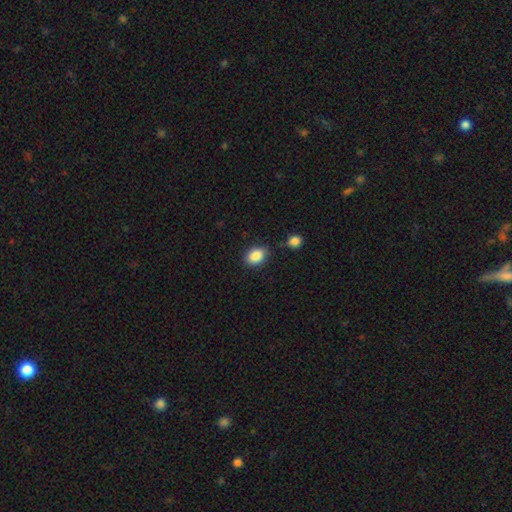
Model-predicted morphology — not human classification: Overall: smooth (88%). How rounded: in between (77%). Merging: none (78%).